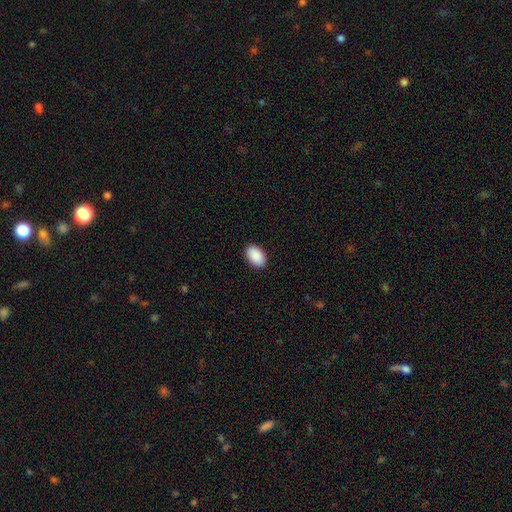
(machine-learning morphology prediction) This is clearly a smooth galaxy (91%). How rounded: clearly in between (92%). Merging: clearly none (90%).